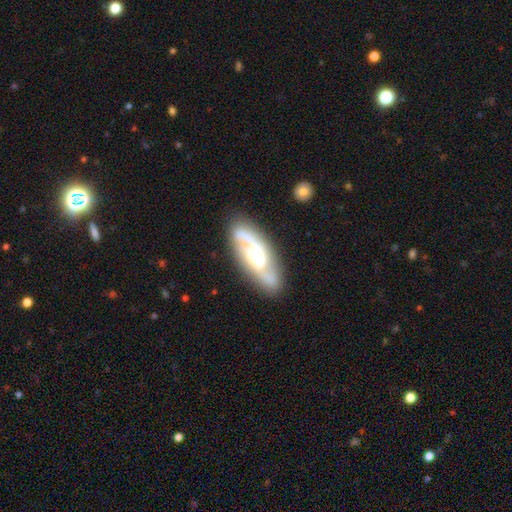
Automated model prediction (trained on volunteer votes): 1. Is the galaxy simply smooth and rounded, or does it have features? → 79% featured or disk, 15% smooth, 5% star or artifact.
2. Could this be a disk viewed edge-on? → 88% no, 12% yes.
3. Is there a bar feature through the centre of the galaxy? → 46% no, 41% weak, 13% strong.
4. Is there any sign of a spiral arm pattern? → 94% yes, 6% no.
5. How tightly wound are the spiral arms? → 49% medium, 29% loose, 22% tight.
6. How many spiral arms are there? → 80% 2, 9% can't tell, 5% 1, 4% 3, 1% 4, 1% more than 4.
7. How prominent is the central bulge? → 55% moderate, 25% large, 15% small, 3% none, 2% dominant.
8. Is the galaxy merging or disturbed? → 81% none, 13% minor disturbance, 4% major disturbance, 2% merger.